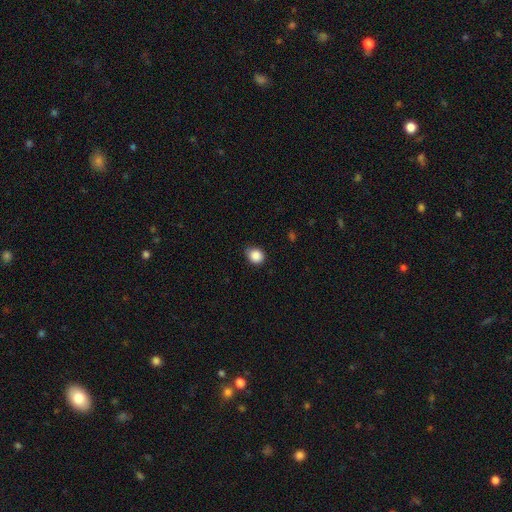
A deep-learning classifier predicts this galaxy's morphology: smooth 88%, star or artifact 9%, featured or disk 3%. Down the decision tree: how rounded — round (67%); merging — none (75%).